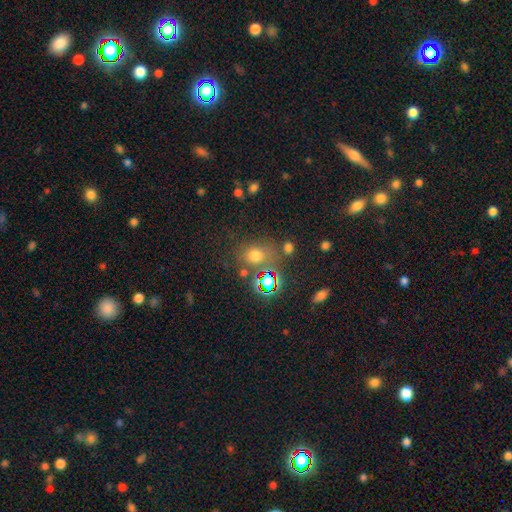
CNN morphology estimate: type=smooth (62%); roundness=round (62%); merging=none (66%).